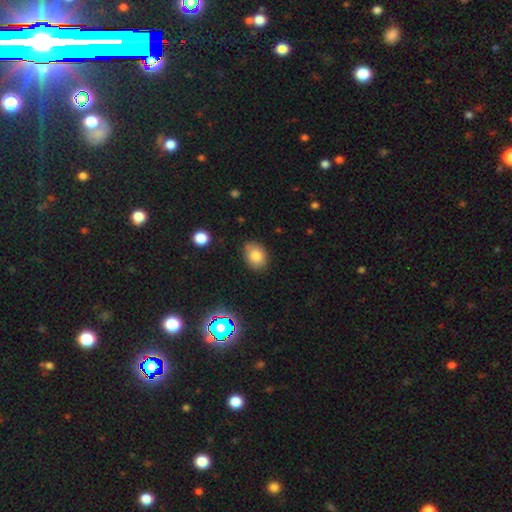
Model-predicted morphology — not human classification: smooth 80%, star or artifact 11%, featured or disk 9%. Down the decision tree: how rounded — in between (70%); merging — none (79%).